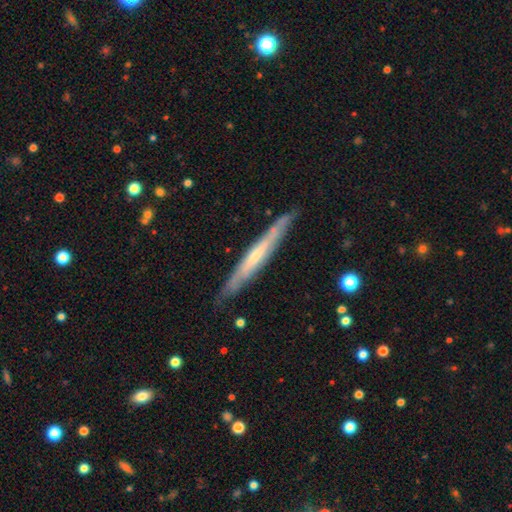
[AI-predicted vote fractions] A featured or disk galaxy (64%) viewed edge-on (88%) with no central bulge (61%).

Vote fractions:
- Smooth or featured? featured or disk: 64% / smooth: 30% / star or artifact: 6%
- Edge-on disk? yes: 88% / no: 12%
- Edge-on bulge? none: 61% / rounded: 30% / boxy: 9%
- Merging? none: 84% / minor disturbance: 13% / major disturbance: 2% / merger: 1%